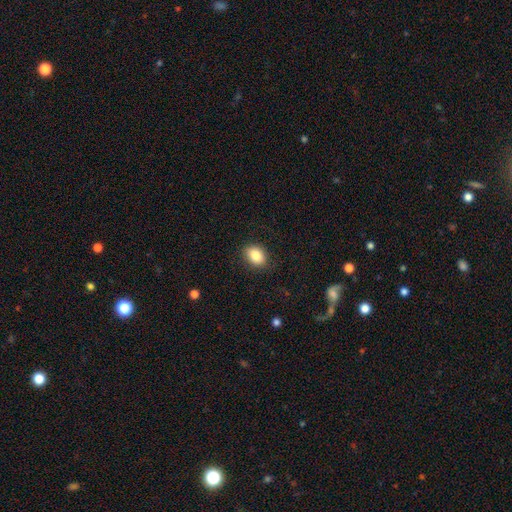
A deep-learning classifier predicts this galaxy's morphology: Smooth or featured? Predicted: smooth (p=0.85). How rounded? Predicted: in between (p=0.73). Merging? Predicted: none (p=0.86).